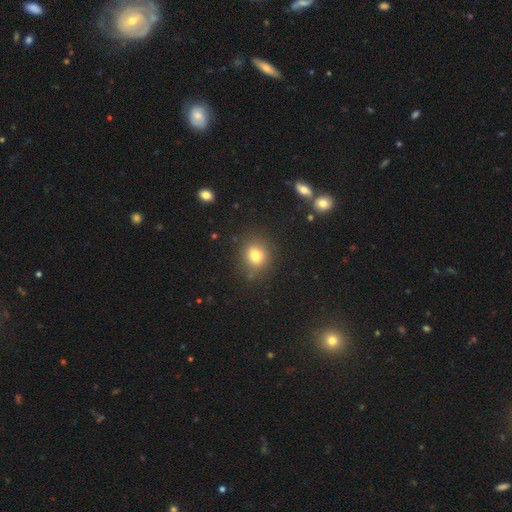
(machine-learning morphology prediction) The model was most divided on "how rounded": round: 70%, in between: 29%, cigar-shaped: 1%. More confident: merging — none (85%); smooth or featured — smooth (78%).